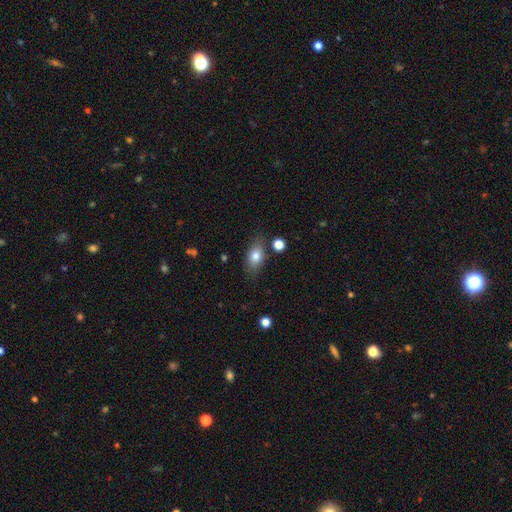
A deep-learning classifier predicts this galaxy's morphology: smooth_or_featured: smooth (p=0.79) [alt: featured or disk p=0.12]
how_rounded: in between (p=0.82) [alt: round p=0.14]
merging: none (p=0.76) [alt: minor disturbance p=0.15]